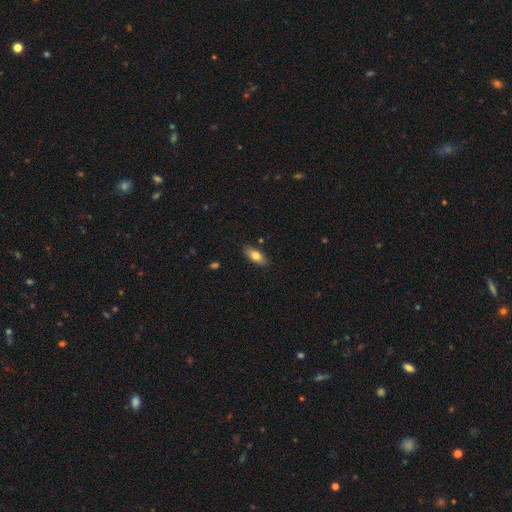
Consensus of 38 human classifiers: A smooth galaxy with no disk features (82%) that is in between round and cigar-shaped (87%). Merging: none (86%).